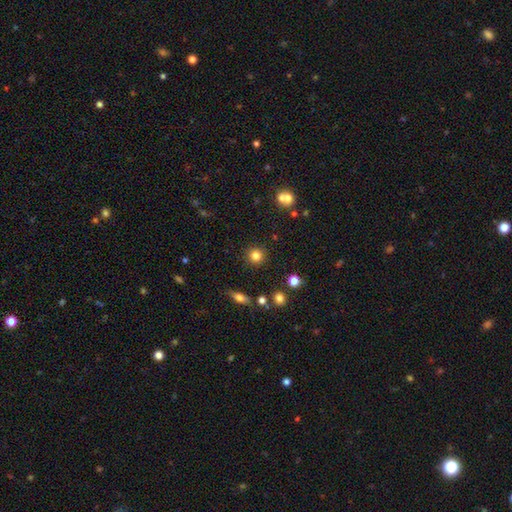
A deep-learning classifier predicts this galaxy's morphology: Smooth or featured? Predicted: smooth (p=0.81). How rounded? Predicted: round (p=0.93). Merging? Predicted: none (p=0.89).